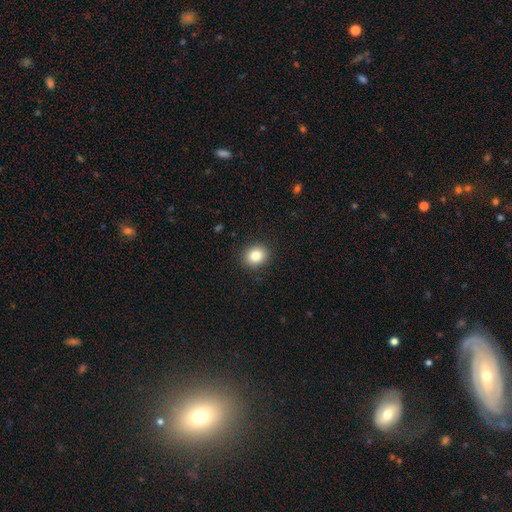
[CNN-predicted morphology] Smooth or featured? Predicted: smooth (p=0.84). How rounded? Predicted: round (p=0.74). Merging? Predicted: none (p=0.91).